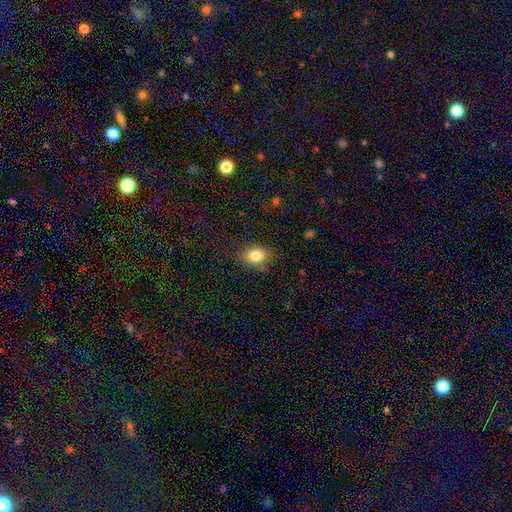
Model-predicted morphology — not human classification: Smooth or featured?
  - smooth: 82% *
  - star or artifact: 10%
  - featured or disk: 9%
How rounded?
  - in between: 65% *
  - round: 34%
  - cigar-shaped: 1%
Merging?
  - none: 83% *
  - minor disturbance: 13%
  - major disturbance: 3%
  - merger: 1%